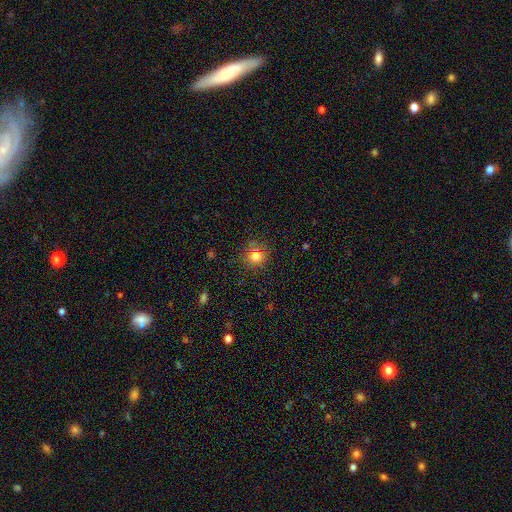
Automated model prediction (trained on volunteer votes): This appears to be a smooth galaxy with no disk features (76%) that is round (86%). Merging: none (81%).